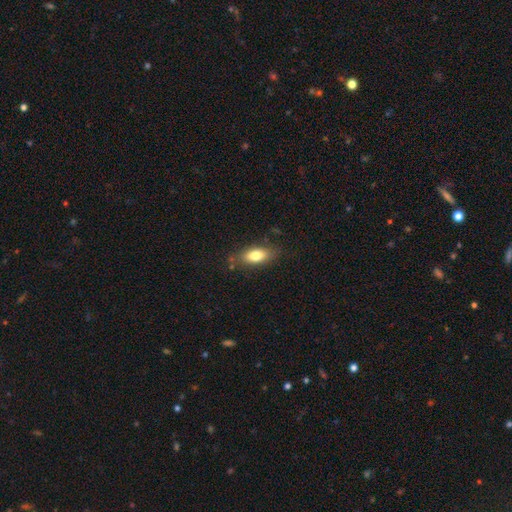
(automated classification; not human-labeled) A smooth galaxy with no disk features (78%) that is in between round and cigar-shaped (83%).

Vote fractions:
- Smooth or featured? smooth: 78% / featured or disk: 14% / star or artifact: 7%
- How rounded? in between: 83% / cigar-shaped: 13% / round: 4%
- Merging? none: 78% / minor disturbance: 16% / major disturbance: 4% / merger: 2%